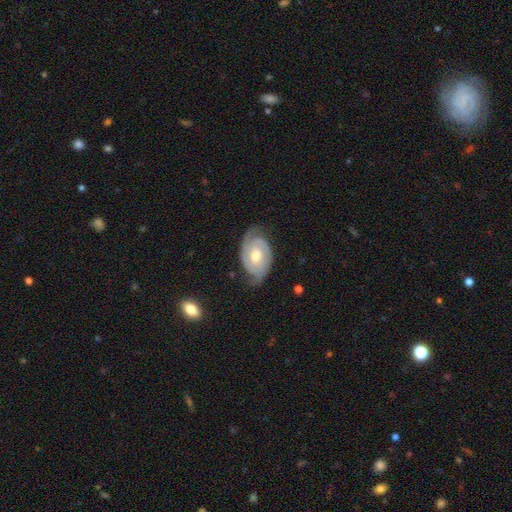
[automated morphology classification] smooth_or_featured: featured or disk (p=0.87) [alt: smooth p=0.08]
disk_edge_on: no (p=0.97) [alt: yes p=0.03]
bar: no (p=0.62) [alt: weak p=0.30]
has_spiral_arms: yes (p=0.96) [alt: no p=0.04]
spiral_winding: tight (p=0.65) [alt: medium p=0.29]
spiral_arm_count: 2 (p=0.85) [alt: can't tell p=0.07]
bulge_size: moderate (p=0.72) [alt: small p=0.18]
merging: none (p=0.73) [alt: minor disturbance p=0.20]